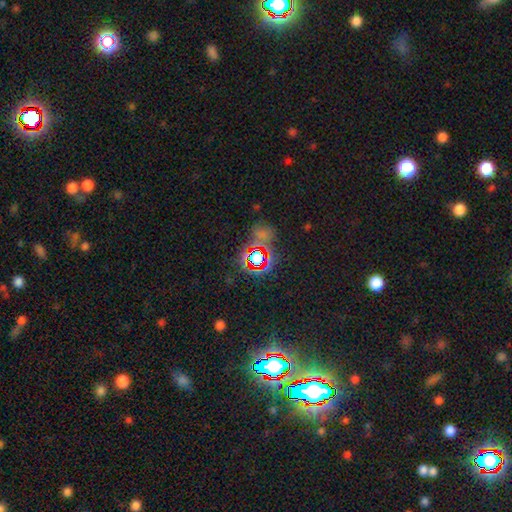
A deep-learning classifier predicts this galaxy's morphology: A star or artifact, not a galaxy (66%).